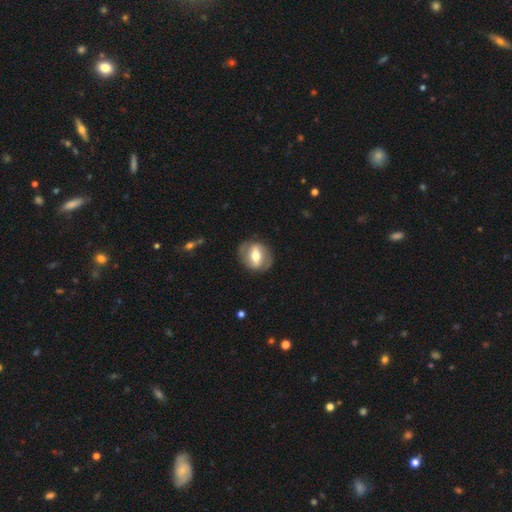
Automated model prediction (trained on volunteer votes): Overall: featured or disk (60%; smooth 34%). Edge-on disk: no (87%). Bar: strong (55%; weak 30%). Spiral arms: no (56%; yes 44%). Bulge size: moderate (66%). Merging: none (80%).